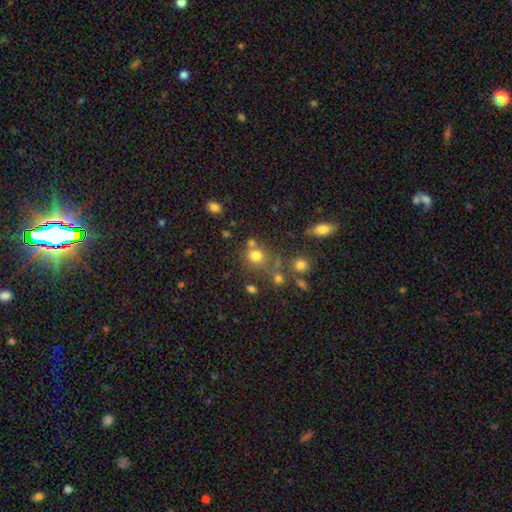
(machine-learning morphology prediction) Smooth or featured?
  - smooth: 74% *
  - star or artifact: 17%
  - featured or disk: 9%
How rounded?
  - round: 81% *
  - in between: 17%
  - cigar-shaped: 1%
Merging?
  - none: 57% *
  - merger: 22%
  - minor disturbance: 14%
  - major disturbance: 8%